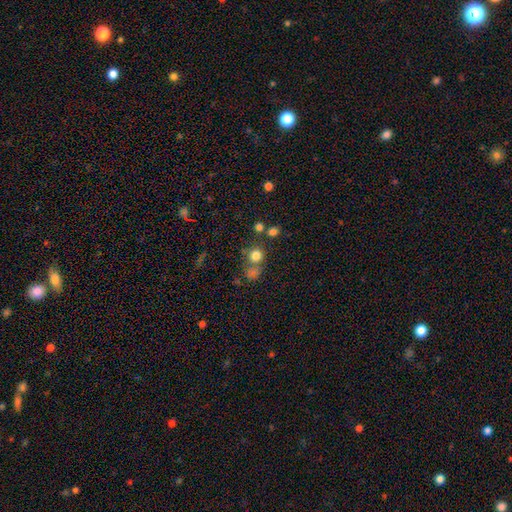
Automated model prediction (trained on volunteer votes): A smooth galaxy with no disk features (75%) that is round (87%).

Vote fractions:
- Smooth or featured? smooth: 75% / star or artifact: 17% / featured or disk: 9%
- How rounded? round: 87% / in between: 12% / cigar-shaped: 1%
- Merging? none: 61% / merger: 23% / minor disturbance: 10% / major disturbance: 6%